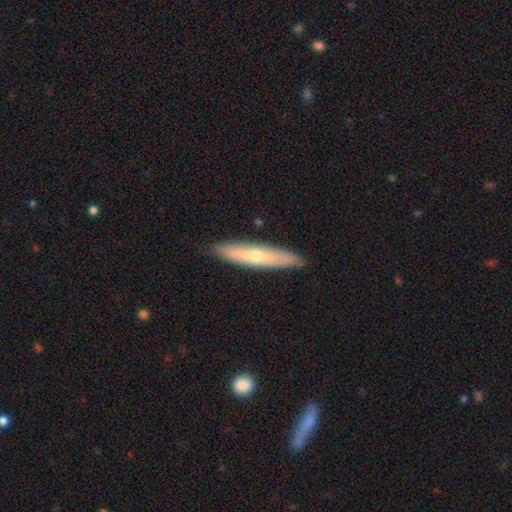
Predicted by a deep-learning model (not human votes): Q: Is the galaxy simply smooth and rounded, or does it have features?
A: smooth — 52%.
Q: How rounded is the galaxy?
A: cigar-shaped — 88%.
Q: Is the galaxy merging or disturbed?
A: none — 89%.